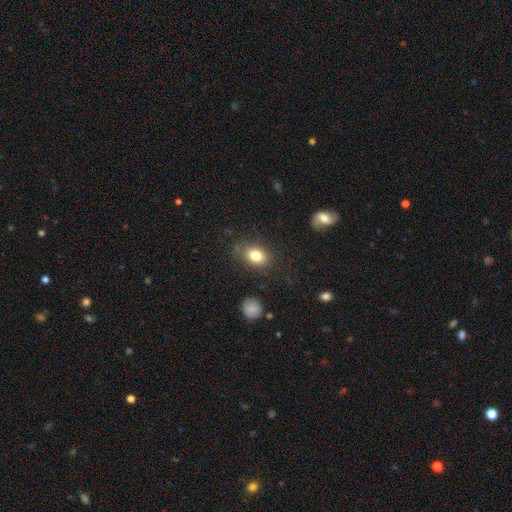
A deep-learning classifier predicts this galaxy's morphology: A smooth galaxy with no disk features (80%) that is in between round and cigar-shaped (66%).

Vote fractions:
- Smooth or featured? smooth: 80% / featured or disk: 10% / star or artifact: 10%
- How rounded? in between: 66% / round: 33% / cigar-shaped: 1%
- Merging? none: 79% / minor disturbance: 14% / major disturbance: 5% / merger: 2%